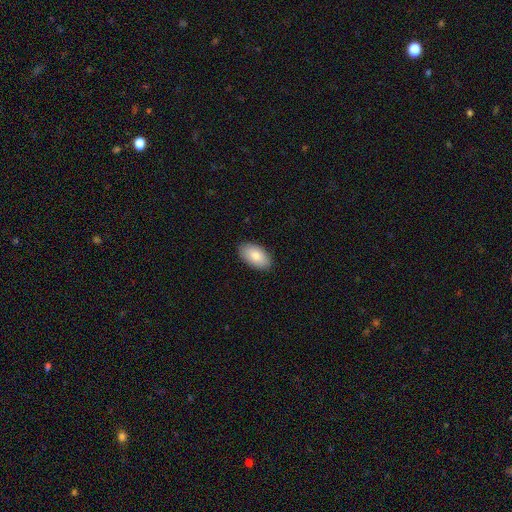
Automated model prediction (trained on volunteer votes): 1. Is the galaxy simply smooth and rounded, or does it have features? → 85% smooth, 9% featured or disk, 6% star or artifact.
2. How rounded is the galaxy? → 95% in between, 3% round, 1% cigar-shaped.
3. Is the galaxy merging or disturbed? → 88% none, 9% minor disturbance, 2% major disturbance, 1% merger.